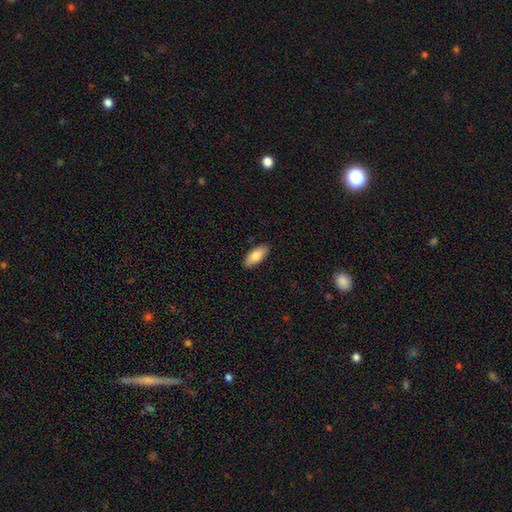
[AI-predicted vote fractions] smooth_or_featured: smooth (p=0.83) [alt: featured or disk p=0.11]
how_rounded: in between (p=0.85) [alt: cigar-shaped p=0.13]
merging: none (p=0.88) [alt: minor disturbance p=0.09]